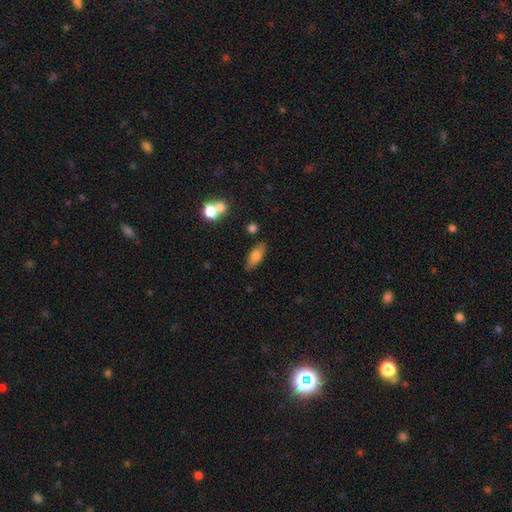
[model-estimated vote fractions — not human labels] This is likely a smooth galaxy (72%). How rounded: likely in between (76%). Merging: clearly none (83%).